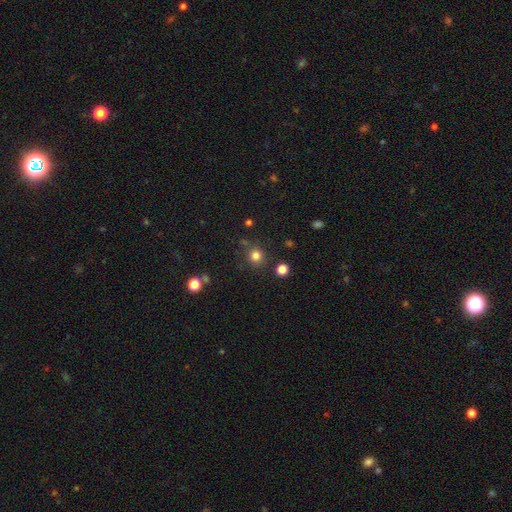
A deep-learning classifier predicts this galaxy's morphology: The model was most divided on "smooth or featured": smooth: 80%, star or artifact: 14%, featured or disk: 5%. More confident: how rounded — round (90%); merging — none (83%).